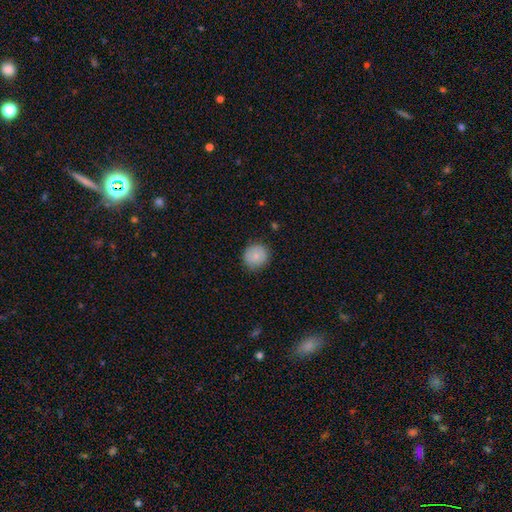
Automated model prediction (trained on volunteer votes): This appears to be a smooth galaxy with no disk features (73%) that is round (89%). Merging: none (84%).